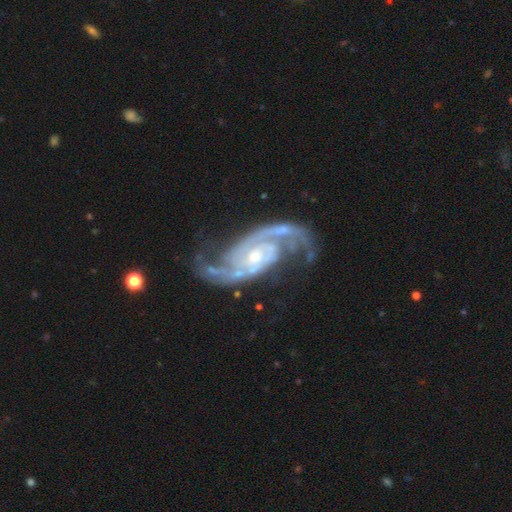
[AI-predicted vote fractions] This is clearly a featured or disk galaxy (93%). It is clearly not viewed edge-on (97%). Bar: possibly no (59%). Spiral arm pattern: clearly yes (99%). Spiral arm count: clearly 2 (85%). Spiral winding: possibly medium (55%). Central bulge: possibly small (60%). Merging: likely none (70%).